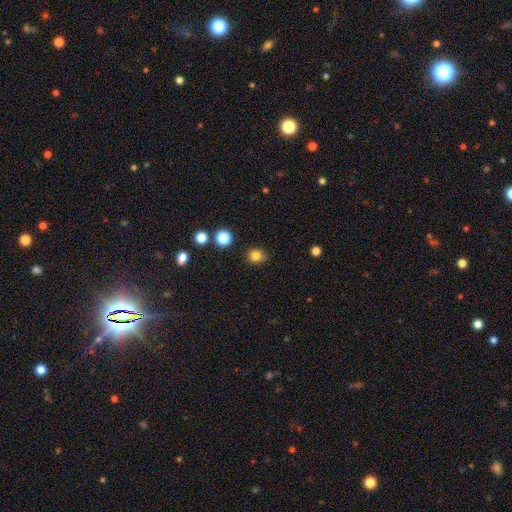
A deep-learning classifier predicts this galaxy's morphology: This is clearly a smooth galaxy (82%). How rounded: likely round (76%). Merging: clearly none (84%).